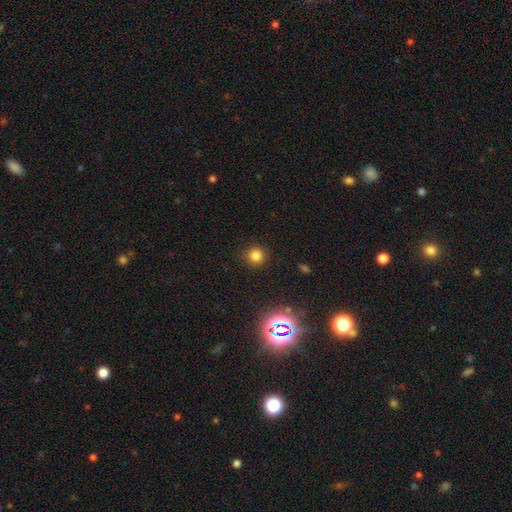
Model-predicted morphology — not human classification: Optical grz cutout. It shows a smooth galaxy with no disk features (78%) that is round (94%). Merging: none (90%).